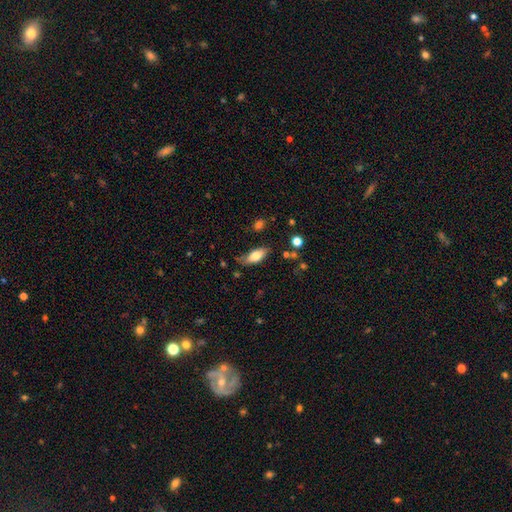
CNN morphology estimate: This is likely a smooth galaxy (74%). How rounded: likely in between (80%). Merging: likely none (66%).